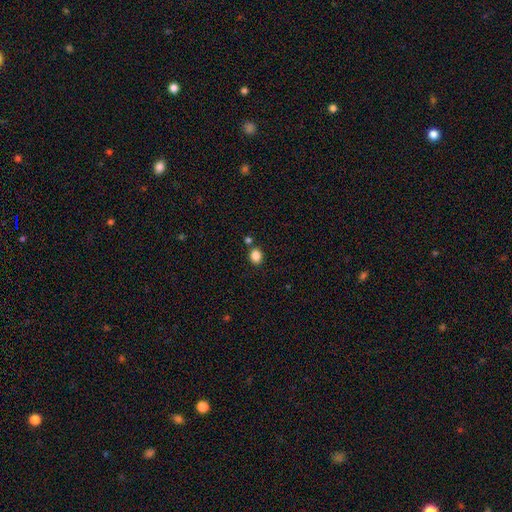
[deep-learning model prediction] A smooth galaxy with no disk features (85%) that is round (62%).

Vote fractions:
- Smooth or featured? smooth: 85% / star or artifact: 11% / featured or disk: 4%
- How rounded? round: 62% / in between: 38% / cigar-shaped: 1%
- Merging? none: 79% / merger: 9% / minor disturbance: 9% / major disturbance: 3%